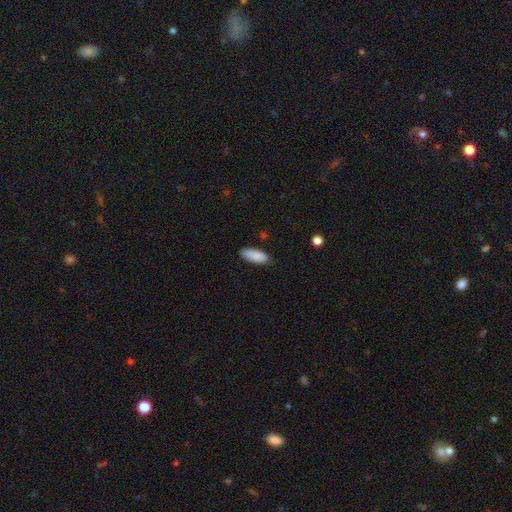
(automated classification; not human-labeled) smooth-or-featured: smooth: 86% | featured or disk: 8% | star or artifact: 6%
  how-rounded: in between: 78% | cigar-shaped: 20% | round: 2%
  merging: none: 82% | minor disturbance: 15% | major disturbance: 2% | merger: 1%